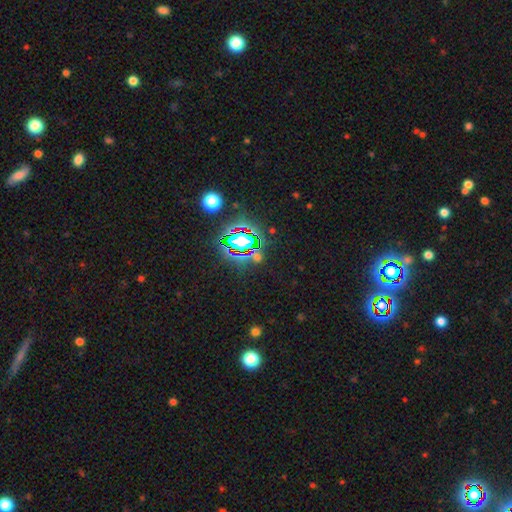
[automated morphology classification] smooth-or-featured: star or artifact: 75% | smooth: 16% | featured or disk: 9%